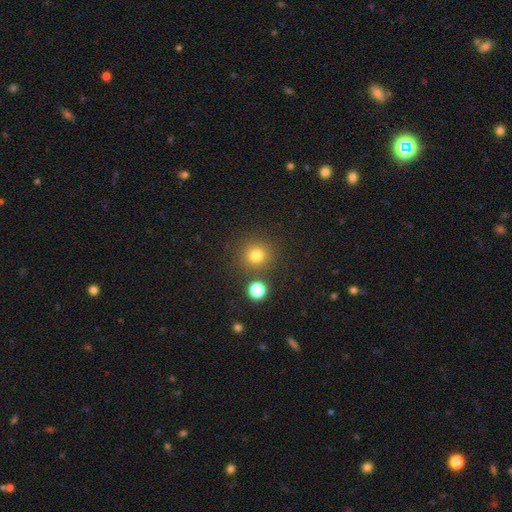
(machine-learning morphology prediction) A smooth galaxy with no disk features (77%) that is round (92%). Merging: none (83%).